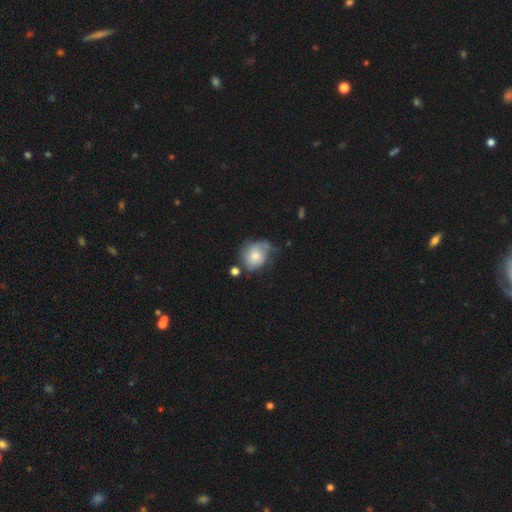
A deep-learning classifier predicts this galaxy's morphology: Smooth or featured? smooth (60%)
How rounded? round (62%)
Merging? none (38%)